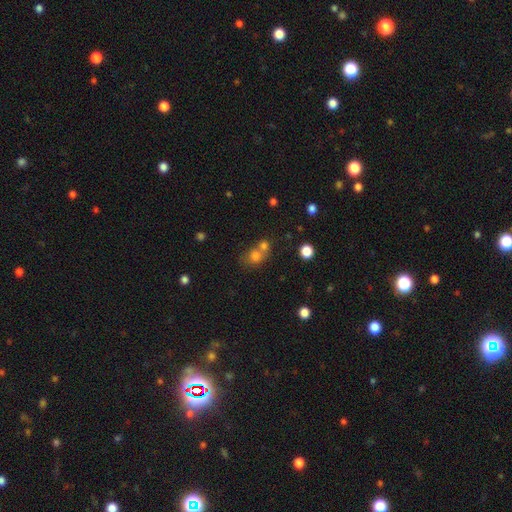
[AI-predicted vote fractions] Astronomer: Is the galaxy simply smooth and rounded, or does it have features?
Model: smooth — 74%.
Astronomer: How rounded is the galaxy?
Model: round — 71%.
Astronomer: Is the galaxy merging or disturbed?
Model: merger — 50% (runner-up: none, 38%).